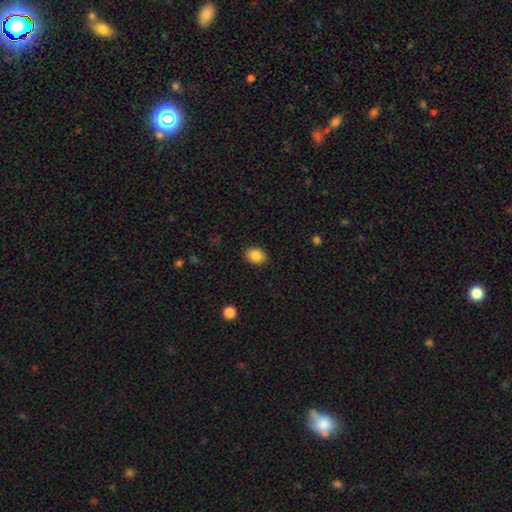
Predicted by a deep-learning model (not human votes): Smooth or featured? Predicted: smooth (p=0.86). How rounded? Predicted: in between (p=0.54). Merging? Predicted: none (p=0.89).